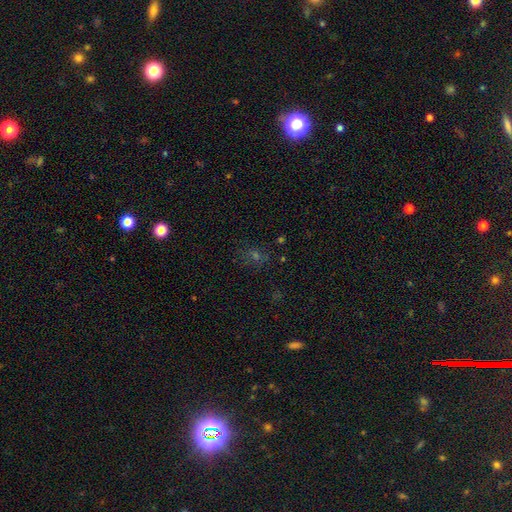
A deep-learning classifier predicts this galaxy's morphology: The model was most divided on "smooth or featured": star or artifact: 47%, smooth: 36%, featured or disk: 17%.